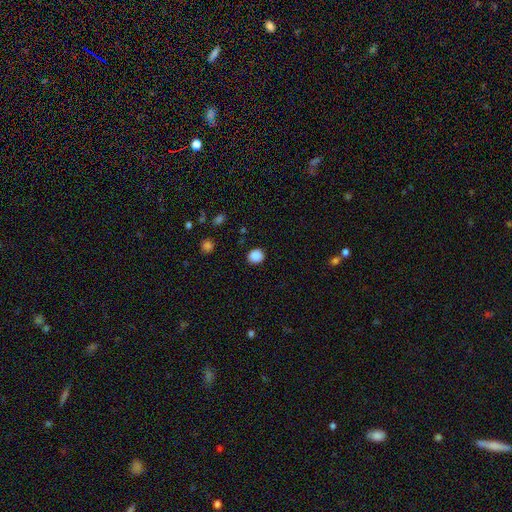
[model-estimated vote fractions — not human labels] A smooth galaxy with no disk features (88%) that is round (75%).

Vote fractions:
- Smooth or featured? smooth: 88% / star or artifact: 10% / featured or disk: 3%
- How rounded? round: 75% / in between: 24% / cigar-shaped: 1%
- Merging? none: 89% / minor disturbance: 8% / major disturbance: 2% / merger: 1%